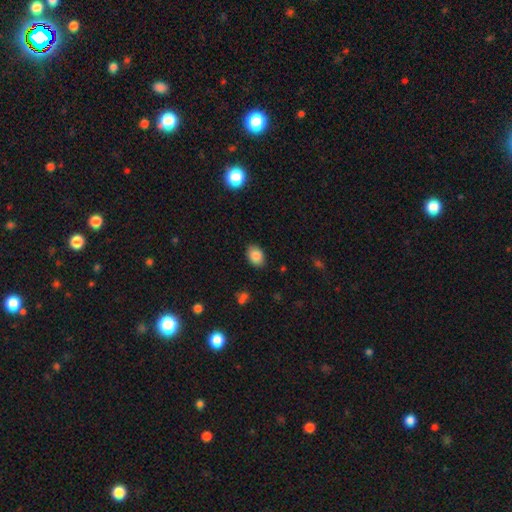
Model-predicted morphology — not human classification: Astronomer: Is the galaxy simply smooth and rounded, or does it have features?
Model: smooth — 86%.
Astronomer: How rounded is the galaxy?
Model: in between — 77%.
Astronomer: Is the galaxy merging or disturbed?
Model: none — 86%.